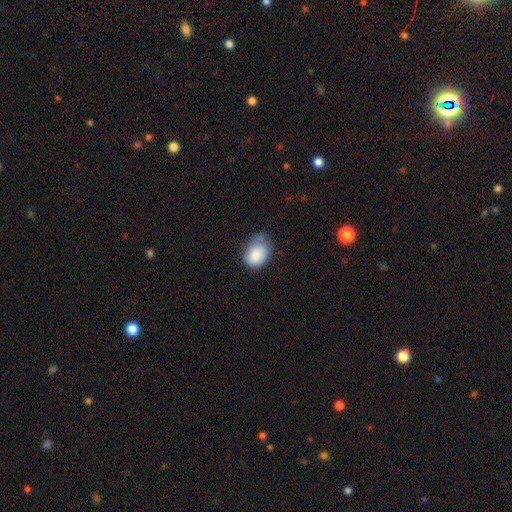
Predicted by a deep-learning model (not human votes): Smooth or featured? smooth (85%)
How rounded? in between (66%)
Merging? minor disturbance (43%)